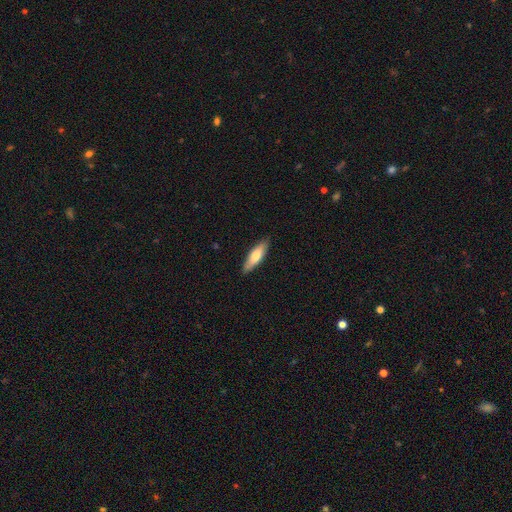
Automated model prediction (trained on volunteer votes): This is likely a smooth galaxy (66%). How rounded: possibly cigar-shaped (57%). Merging: clearly none (87%).